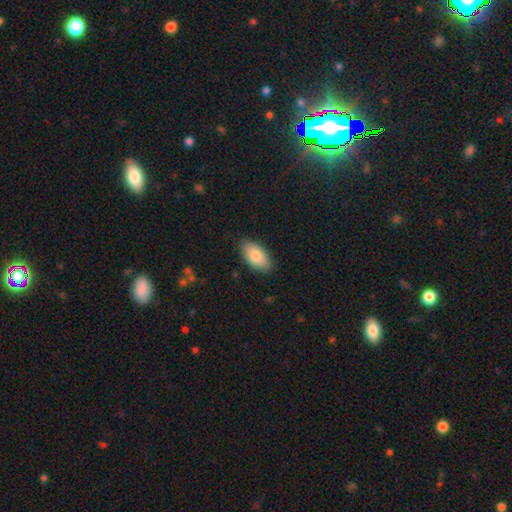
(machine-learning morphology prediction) Q: Smooth or featured?
A: smooth (81%); runner-up: featured or disk (12%)
Q: How rounded?
A: in between (94%); runner-up: round (3%)
Q: Merging?
A: none (87%); runner-up: minor disturbance (10%)